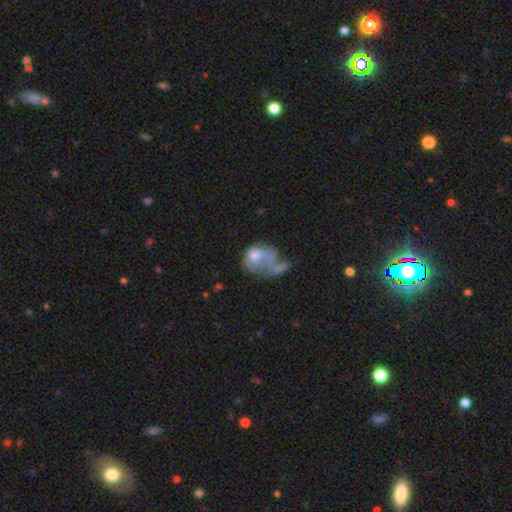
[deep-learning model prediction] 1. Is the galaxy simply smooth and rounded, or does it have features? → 47% smooth, 42% featured or disk, 11% star or artifact.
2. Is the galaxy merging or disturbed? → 36% merger (tied), 36% major disturbance (tied), 16% none, 13% minor disturbance.